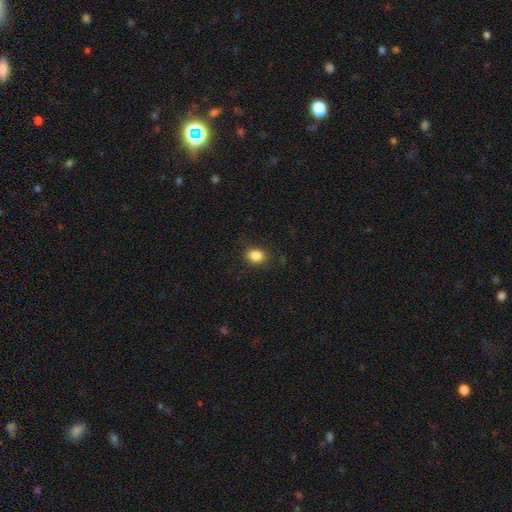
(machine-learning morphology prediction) Smooth or featured?
  - smooth: 85% *
  - star or artifact: 10%
  - featured or disk: 5%
How rounded?
  - in between: 54% *
  - round: 45%
  - cigar-shaped: 1%
Merging?
  - none: 84% *
  - minor disturbance: 11%
  - major disturbance: 3%
  - merger: 1%